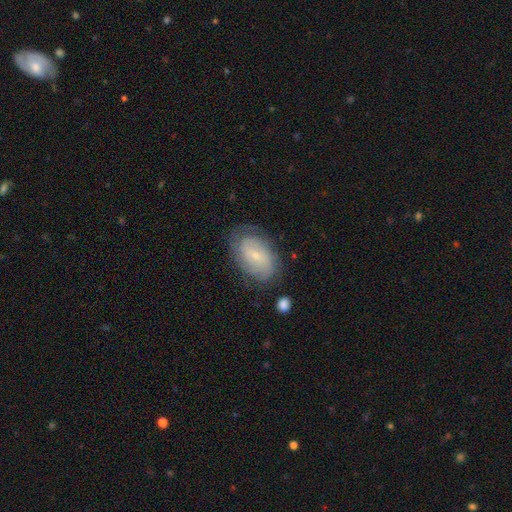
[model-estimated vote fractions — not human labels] Overall: featured or disk (59%; smooth 33%). Edge-on disk: no (95%). Bar: no (45%; weak 44%). Spiral arms: yes (81%). Bulge size: small (77%). Merging: none (70%).